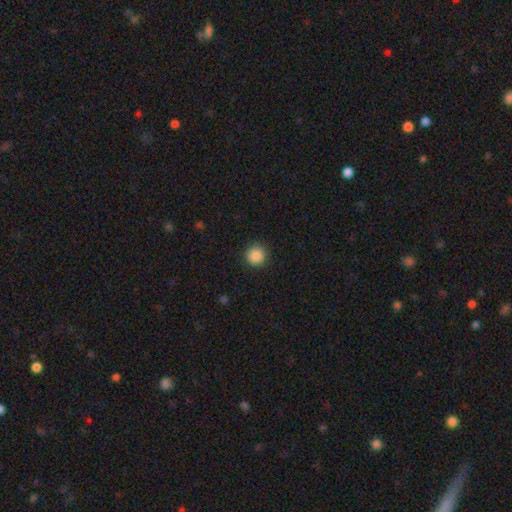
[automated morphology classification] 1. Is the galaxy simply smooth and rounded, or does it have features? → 88% smooth, 9% star or artifact, 3% featured or disk.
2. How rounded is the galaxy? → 95% round, 4% in between, 1% cigar-shaped.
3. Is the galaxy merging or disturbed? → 91% none, 6% minor disturbance, 2% major disturbance, 1% merger.